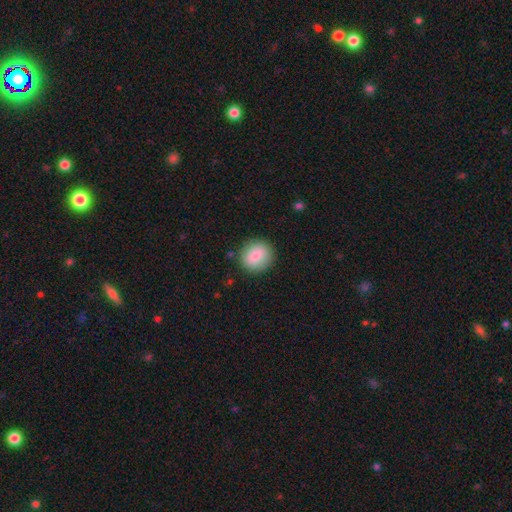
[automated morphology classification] smooth 84%, featured or disk 9%, star or artifact 8%. Down the decision tree: how rounded — round (81%); merging — none (86%).